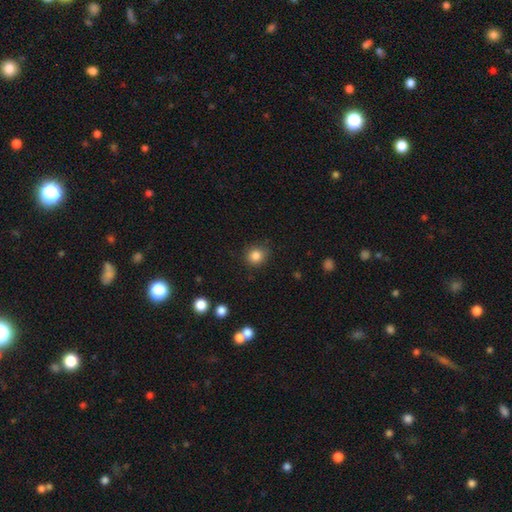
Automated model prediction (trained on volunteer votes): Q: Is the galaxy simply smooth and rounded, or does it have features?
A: smooth — 84%.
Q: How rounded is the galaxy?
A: round — 87%.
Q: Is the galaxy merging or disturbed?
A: none — 85%.